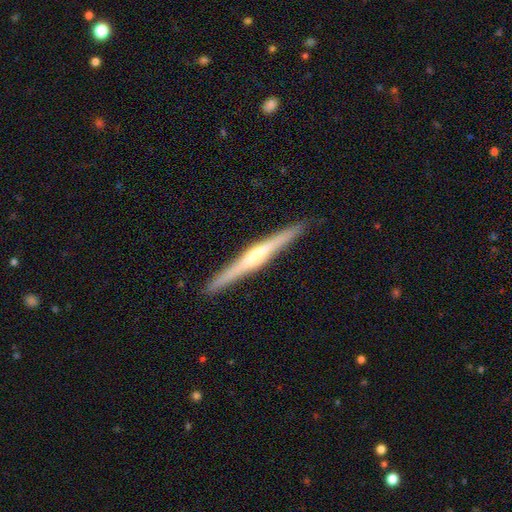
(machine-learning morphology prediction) smooth-or-featured: featured or disk: 72% | smooth: 23% | star or artifact: 5%
  disk-edge-on: yes: 98% | no: 2%
    edge-on-bulge: rounded: 54% | boxy: 25% | none: 21%
  merging: none: 91% | minor disturbance: 7% | major disturbance: 1% | merger: 1%